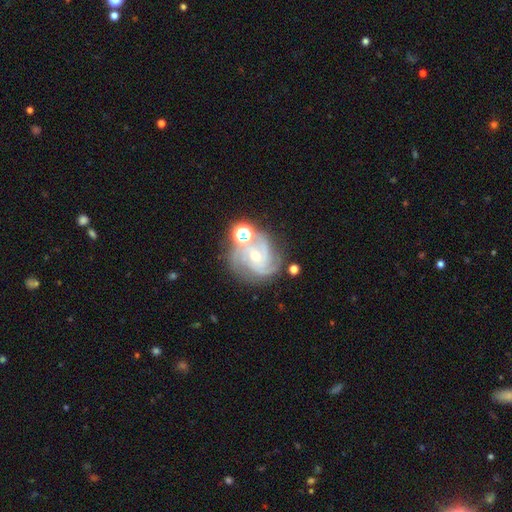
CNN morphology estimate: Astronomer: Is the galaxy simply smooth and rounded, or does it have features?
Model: featured or disk — 86%.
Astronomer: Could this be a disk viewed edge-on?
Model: no — 98%.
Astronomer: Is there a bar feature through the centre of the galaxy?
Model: no — 66%.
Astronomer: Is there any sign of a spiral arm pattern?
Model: yes — 97%.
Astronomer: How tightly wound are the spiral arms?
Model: tight — 56% (runner-up: medium, 38%).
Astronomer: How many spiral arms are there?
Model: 3 — 52%.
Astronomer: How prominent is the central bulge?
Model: small — 55% (runner-up: moderate, 42%).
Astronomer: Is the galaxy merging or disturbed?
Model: none — 61%.